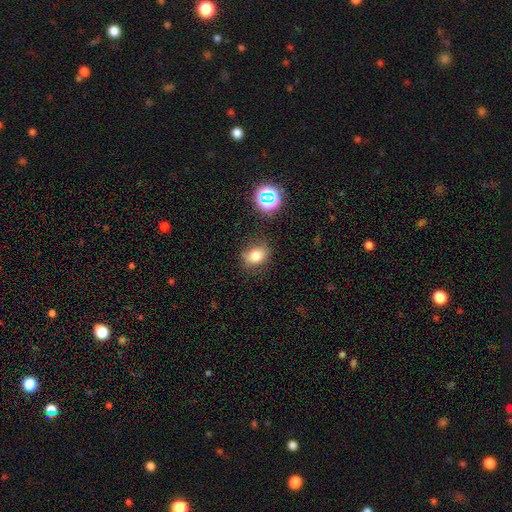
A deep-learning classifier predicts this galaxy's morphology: Smooth or featured?
  - smooth: 76% *
  - star or artifact: 15%
  - featured or disk: 9%
How rounded?
  - in between: 59% *
  - round: 40%
  - cigar-shaped: 1%
Merging?
  - none: 74% *
  - minor disturbance: 18%
  - major disturbance: 5%
  - merger: 3%